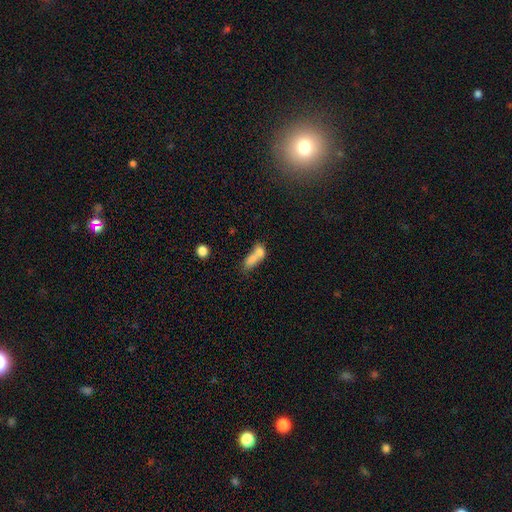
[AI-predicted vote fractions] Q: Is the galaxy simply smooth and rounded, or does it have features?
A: smooth — 70%.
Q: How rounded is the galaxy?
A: in between — 66%.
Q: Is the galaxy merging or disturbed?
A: merger — 65%.